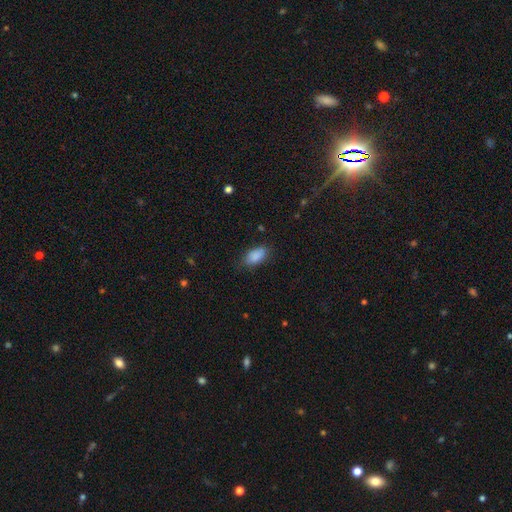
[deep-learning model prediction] A smooth galaxy with no disk features (88%) that is in between round and cigar-shaped (92%). Merging: none (77%).